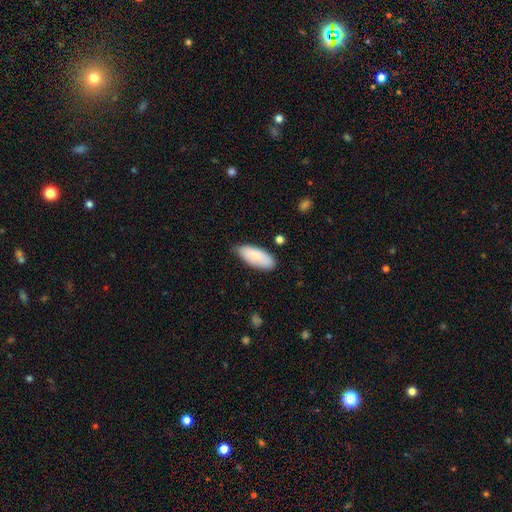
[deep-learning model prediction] Smooth or featured: smooth — 81% (featured or disk — 13%)
How rounded: in between — 82% (cigar-shaped — 16%)
Merging: none — 68% (minor disturbance — 26%)